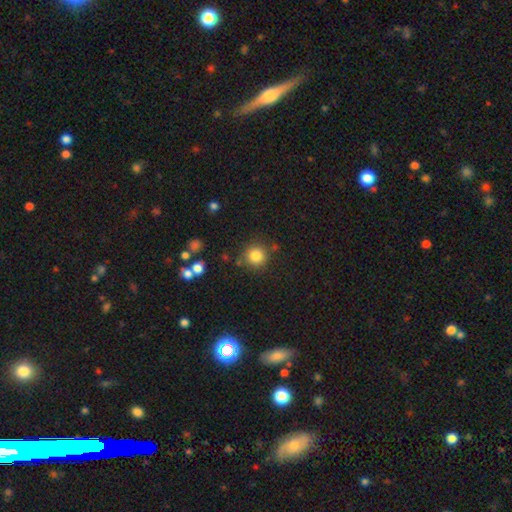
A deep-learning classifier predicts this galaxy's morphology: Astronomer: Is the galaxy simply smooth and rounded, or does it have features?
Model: smooth — 83%.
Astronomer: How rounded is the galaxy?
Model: round — 93%.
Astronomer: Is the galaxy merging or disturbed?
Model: none — 81%.